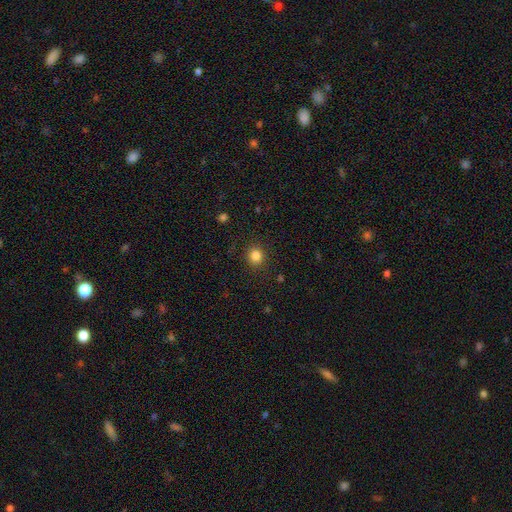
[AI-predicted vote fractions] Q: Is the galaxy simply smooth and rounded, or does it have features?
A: smooth — 84%.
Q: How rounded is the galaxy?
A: round — 87%.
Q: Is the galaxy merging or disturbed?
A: none — 89%.